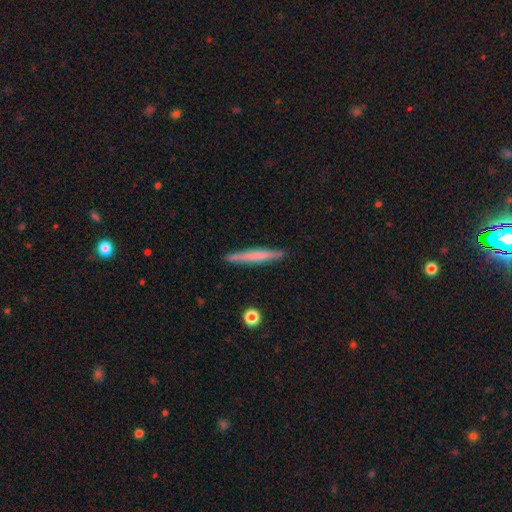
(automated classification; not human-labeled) A smooth galaxy with no disk features (58%) that is cigar-shaped (96%). Merging: none (90%).